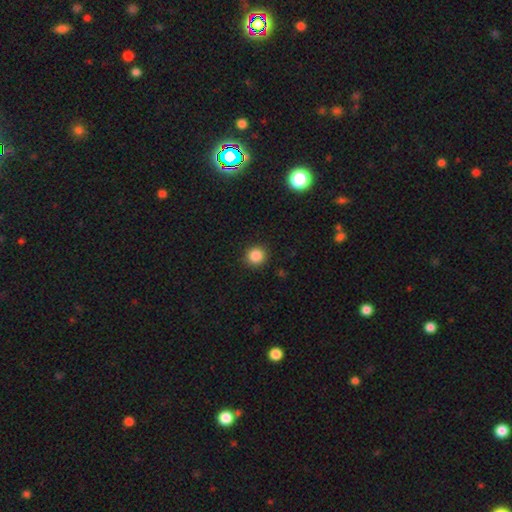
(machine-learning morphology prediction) smooth_or_featured: smooth (p=0.86) [alt: star or artifact p=0.10]
how_rounded: round (p=0.92) [alt: in between p=0.07]
merging: none (p=0.92) [alt: minor disturbance p=0.06]